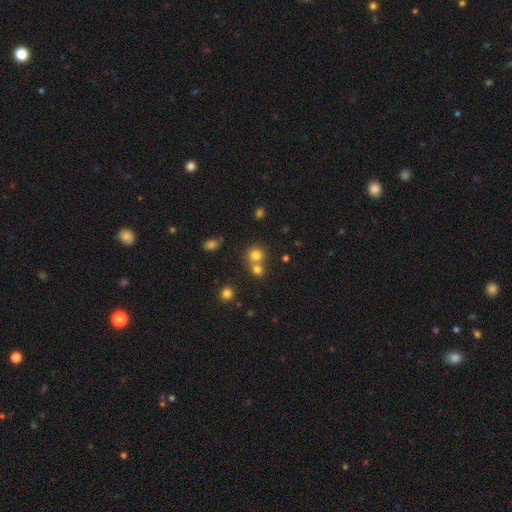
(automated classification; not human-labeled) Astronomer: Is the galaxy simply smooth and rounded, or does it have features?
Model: smooth — 77%.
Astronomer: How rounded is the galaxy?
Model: round — 87%.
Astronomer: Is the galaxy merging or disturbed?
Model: none — 51% (runner-up: merger, 40%).